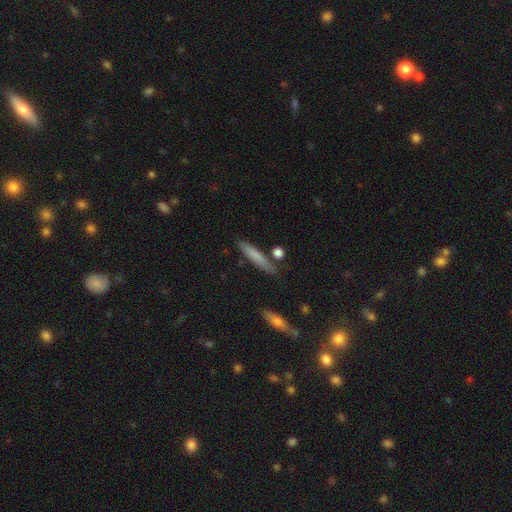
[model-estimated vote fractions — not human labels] This appears to be a smooth galaxy with no disk features (73%) that is cigar-shaped (91%). Merging: none (82%).